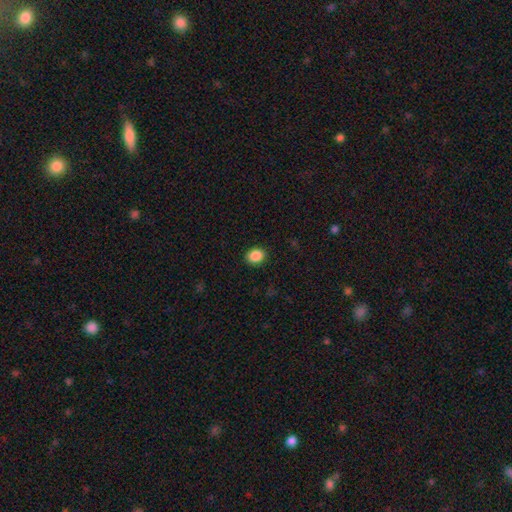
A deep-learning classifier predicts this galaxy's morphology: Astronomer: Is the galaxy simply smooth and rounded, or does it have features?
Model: smooth — 88%.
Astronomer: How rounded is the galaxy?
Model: round — 59% (runner-up: in between, 40%).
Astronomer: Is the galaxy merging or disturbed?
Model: none — 90%.